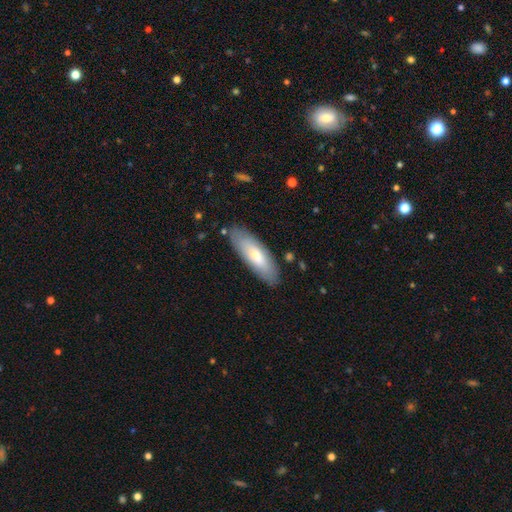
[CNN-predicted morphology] A smooth galaxy with no disk features (65%) that is in between round and cigar-shaped (59%).

Vote fractions:
- Smooth or featured? smooth: 65% / featured or disk: 29% / star or artifact: 6%
- How rounded? in between: 59% / cigar-shaped: 39% / round: 2%
- Merging? none: 86% / minor disturbance: 11% / major disturbance: 2% / merger: 1%